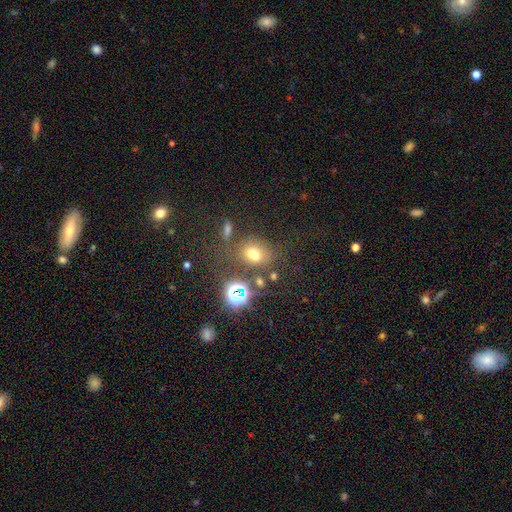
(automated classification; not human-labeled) A smooth galaxy with no disk features (63%) that is in between round and cigar-shaped (55%).

Vote fractions:
- Smooth or featured? smooth: 63% / star or artifact: 26% / featured or disk: 11%
- How rounded? in between: 55% / round: 44% / cigar-shaped: 2%
- Merging? none: 63% / merger: 15% / minor disturbance: 15% / major disturbance: 8%